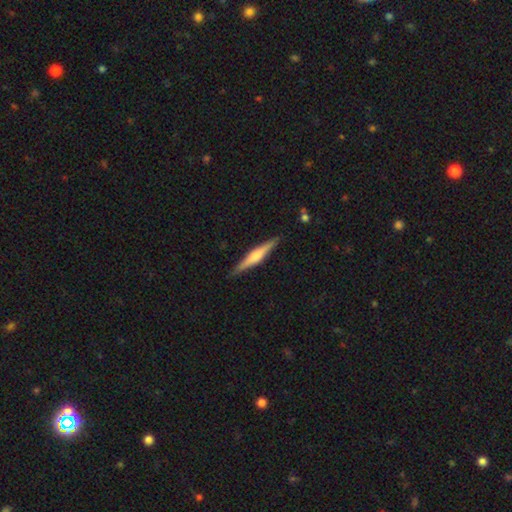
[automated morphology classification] Smooth or featured: featured or disk — 60% (smooth — 34%)
Edge-on disk: yes — 97% (no — 3%)
Edge-on bulge: rounded — 73% (boxy — 15%)
Merging: none — 89% (minor disturbance — 8%)